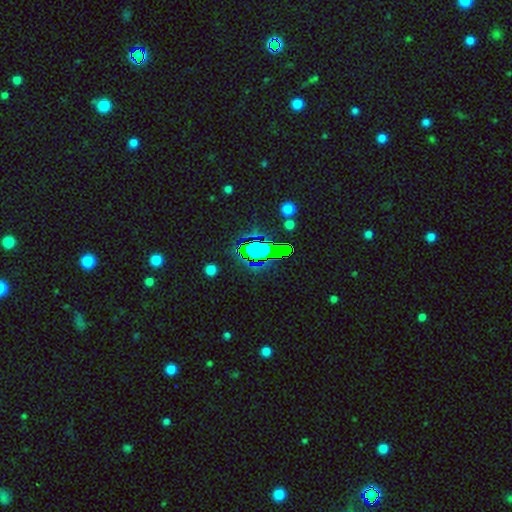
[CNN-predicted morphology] A star or artifact, not a galaxy (64%).